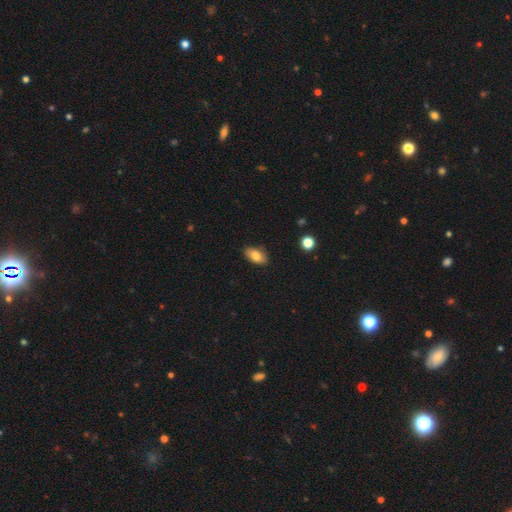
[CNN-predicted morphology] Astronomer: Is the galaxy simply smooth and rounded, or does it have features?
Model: smooth — 81%.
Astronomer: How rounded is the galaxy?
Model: in between — 91%.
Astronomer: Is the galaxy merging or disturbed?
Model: none — 86%.